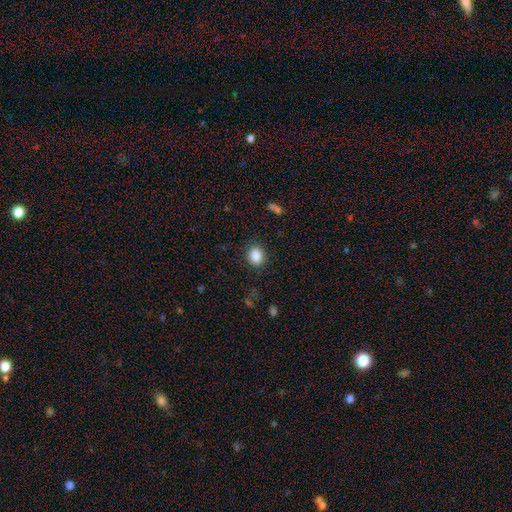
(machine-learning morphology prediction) Overall: smooth (87%). How rounded: round (56%; in between 43%). Merging: none (86%).